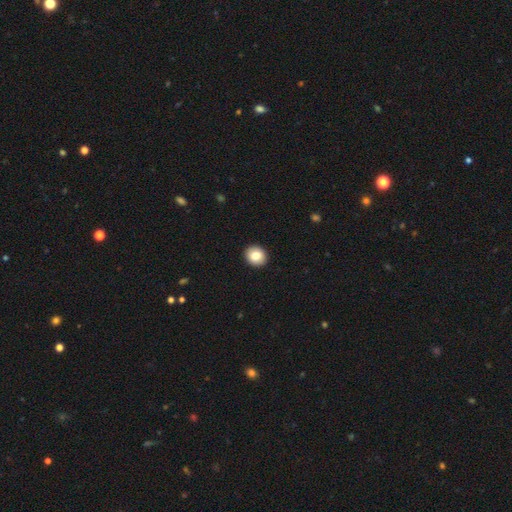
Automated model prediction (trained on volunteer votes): Smooth or featured?
  - smooth: 83% *
  - featured or disk: 9%
  - star or artifact: 9%
How rounded?
  - round: 79% *
  - in between: 20%
  - cigar-shaped: 1%
Merging?
  - none: 93% *
  - minor disturbance: 5%
  - major disturbance: 1%
  - merger: 1%